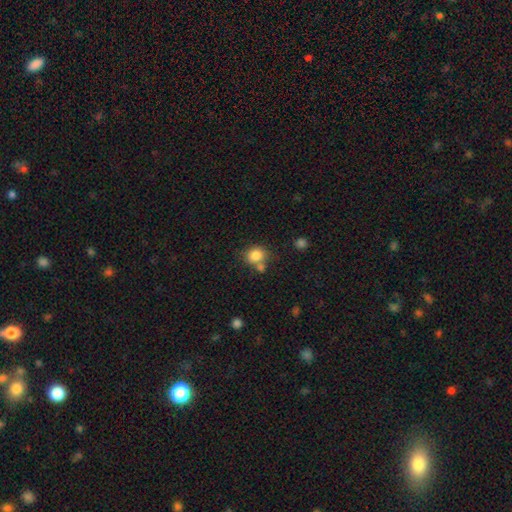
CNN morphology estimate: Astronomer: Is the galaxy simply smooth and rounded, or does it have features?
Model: smooth — 83%.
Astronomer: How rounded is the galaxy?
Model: round — 69%.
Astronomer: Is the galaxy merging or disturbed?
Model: none — 58%.